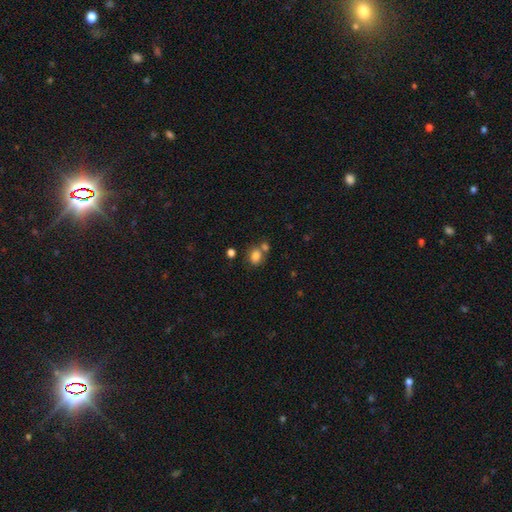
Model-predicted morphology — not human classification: Smooth or featured: smooth — 80% (star or artifact — 11%)
How rounded: in between — 50% (round — 49%)
Merging: none — 54% (merger — 29%)